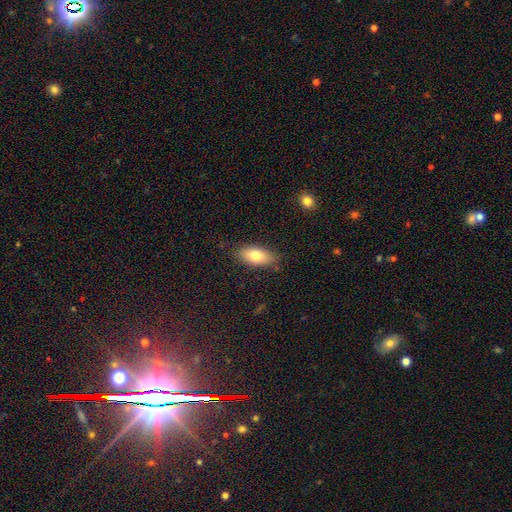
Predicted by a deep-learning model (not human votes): Q: Smooth or featured?
A: smooth (77%); runner-up: featured or disk (16%)
Q: How rounded?
A: in between (87%); runner-up: cigar-shaped (9%)
Q: Merging?
A: none (82%); runner-up: minor disturbance (13%)